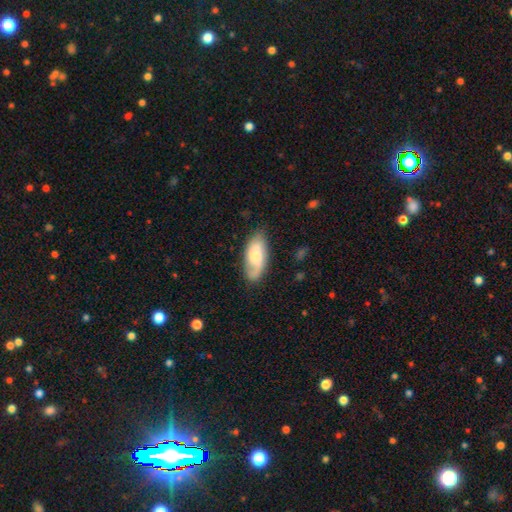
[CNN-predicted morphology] Overall: smooth (51%; featured or disk 43%). How rounded: in between (88%). Merging: none (71%).